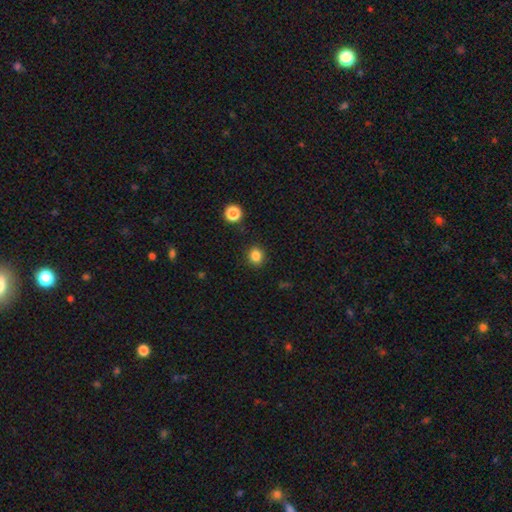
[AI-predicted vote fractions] Smooth or featured?
  - smooth: 84% *
  - star or artifact: 12%
  - featured or disk: 4%
How rounded?
  - round: 78% *
  - in between: 21%
  - cigar-shaped: 1%
Merging?
  - none: 89% *
  - minor disturbance: 7%
  - major disturbance: 2%
  - merger: 2%